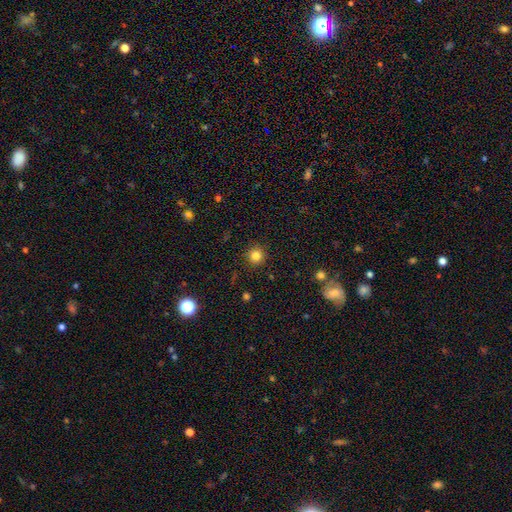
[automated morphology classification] smooth_or_featured: smooth (p=0.82) [alt: star or artifact p=0.13]
how_rounded: round (p=0.94) [alt: in between p=0.05]
merging: none (p=0.91) [alt: minor disturbance p=0.06]